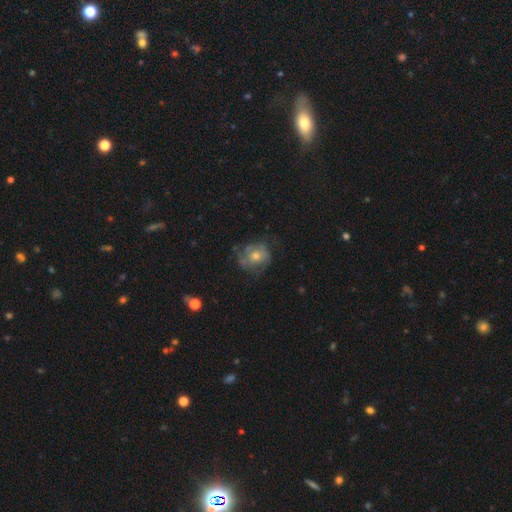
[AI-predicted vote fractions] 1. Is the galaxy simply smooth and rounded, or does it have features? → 52% featured or disk, 35% smooth, 13% star or artifact.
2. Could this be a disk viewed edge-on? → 97% no, 3% yes.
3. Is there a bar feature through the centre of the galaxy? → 82% no, 15% weak, 3% strong.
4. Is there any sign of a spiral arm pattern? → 65% yes, 35% no.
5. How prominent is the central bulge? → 64% moderate, 24% small, 9% large, 2% none, 1% dominant.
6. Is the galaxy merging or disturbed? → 62% none, 22% minor disturbance, 15% major disturbance, 2% merger.